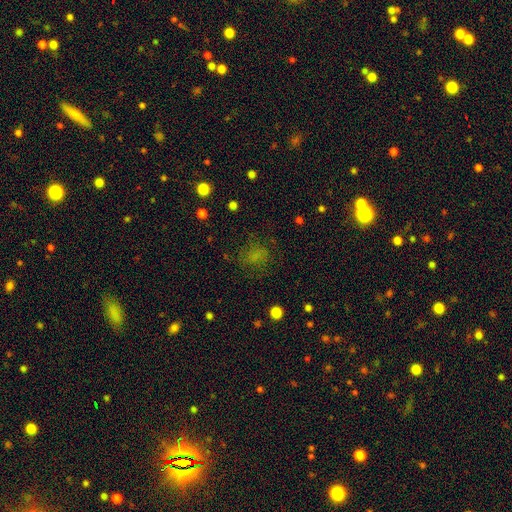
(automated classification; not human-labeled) A smooth galaxy with no disk features (66%) that is round (57%).

Vote fractions:
- Smooth or featured? smooth: 66% / star or artifact: 22% / featured or disk: 13%
- How rounded? round: 57% / in between: 42% / cigar-shaped: 2%
- Merging? none: 65% / minor disturbance: 18% / major disturbance: 15% / merger: 2%